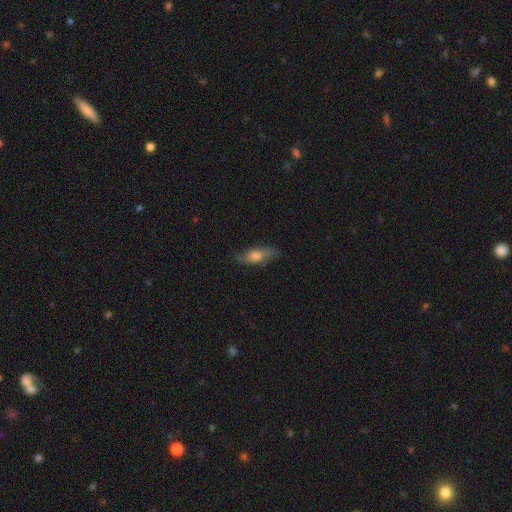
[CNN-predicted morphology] type=smooth (52%); roundness=in between (64%); merging=none (75%).